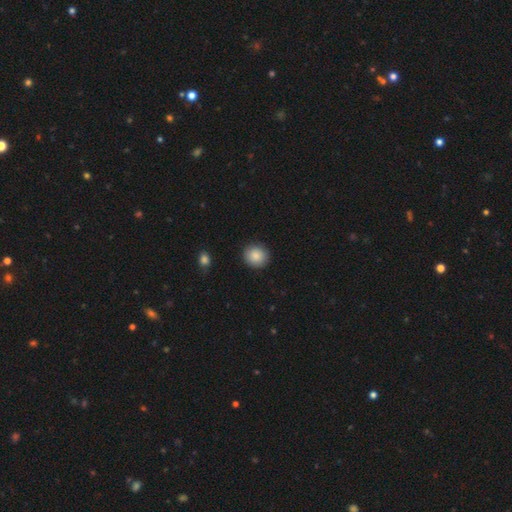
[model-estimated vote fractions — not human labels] A smooth galaxy with no disk features (88%) that is round (87%). Merging: none (90%).